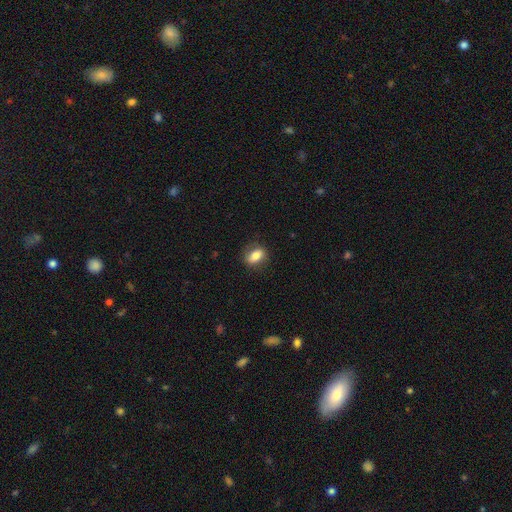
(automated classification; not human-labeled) smooth 78%, featured or disk 14%, star or artifact 8%. Down the decision tree: how rounded — in between (78%); merging — none (82%).